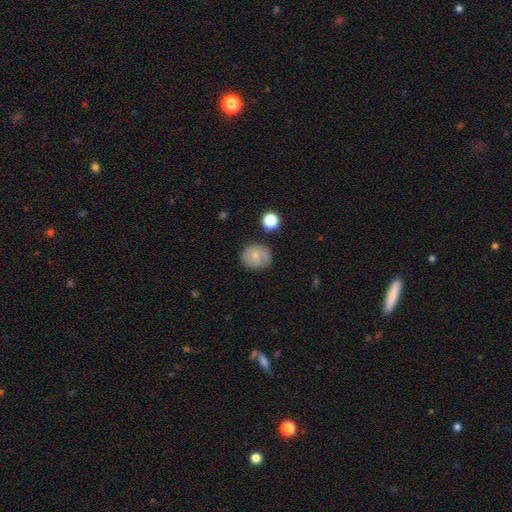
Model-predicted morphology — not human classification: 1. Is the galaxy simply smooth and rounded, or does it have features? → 59% smooth, 31% featured or disk, 9% star or artifact.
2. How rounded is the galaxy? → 77% round, 22% in between, 1% cigar-shaped.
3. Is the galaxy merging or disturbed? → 73% none, 19% minor disturbance, 5% major disturbance, 3% merger.